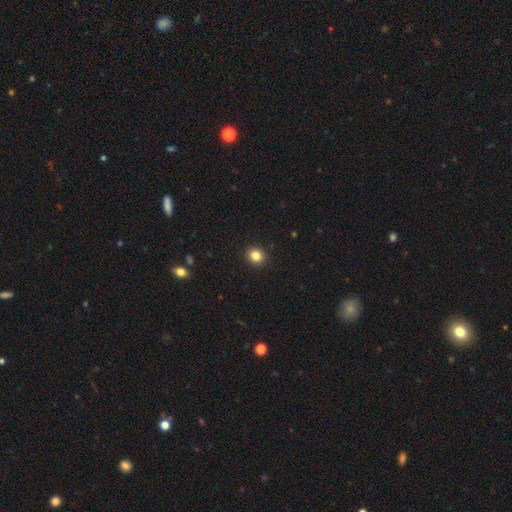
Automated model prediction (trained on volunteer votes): This appears to be a smooth galaxy with no disk features (84%) that is round (89%). Merging: none (93%).